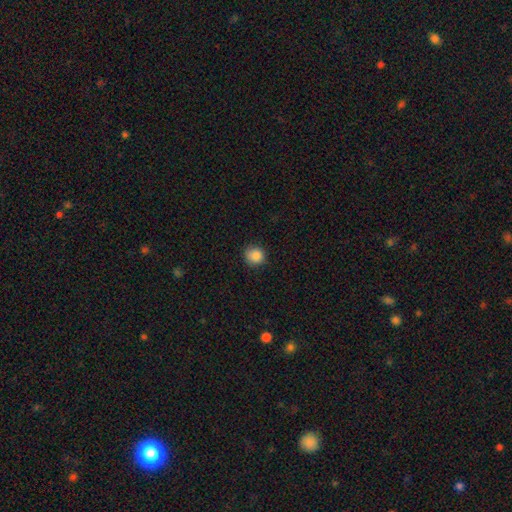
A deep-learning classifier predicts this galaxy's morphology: Overall: smooth (85%). How rounded: round (90%). Merging: none (85%).